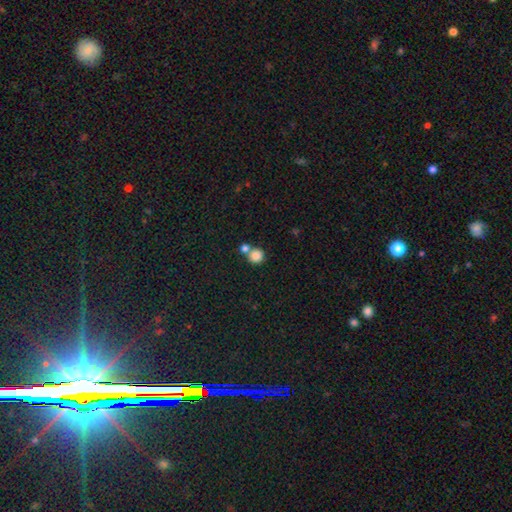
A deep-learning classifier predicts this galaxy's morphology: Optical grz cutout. It shows a smooth galaxy with no disk features (84%) that is round (91%). Merging: none (54%).